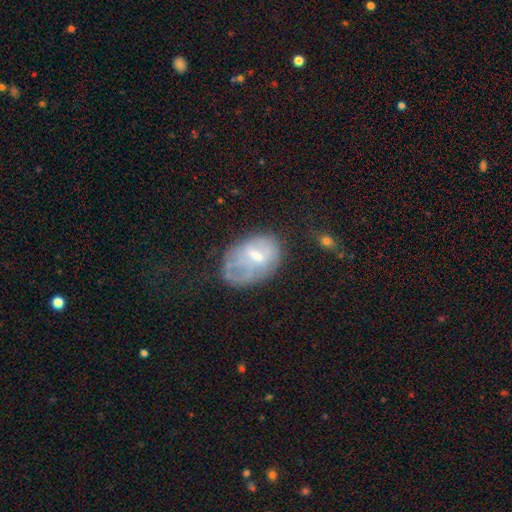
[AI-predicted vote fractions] smooth-or-featured: smooth: 48% | featured or disk: 43% | star or artifact: 9%
  merging: none: 41% | minor disturbance: 31% | major disturbance: 24% | merger: 4%